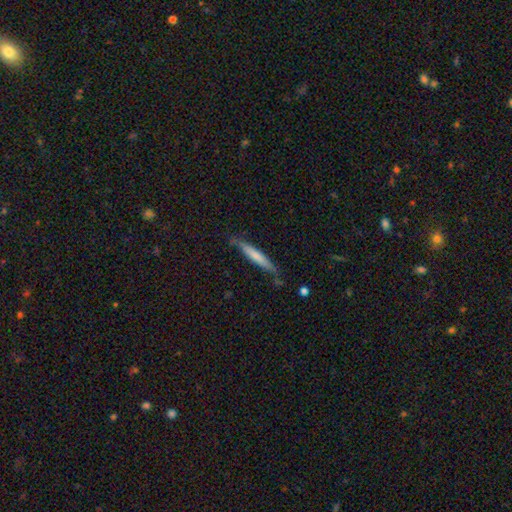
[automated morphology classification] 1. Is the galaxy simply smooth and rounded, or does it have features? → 65% smooth, 30% featured or disk, 5% star or artifact.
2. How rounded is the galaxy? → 94% cigar-shaped, 5% in between, 1% round.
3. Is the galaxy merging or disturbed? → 76% none, 18% minor disturbance, 3% major disturbance, 3% merger.